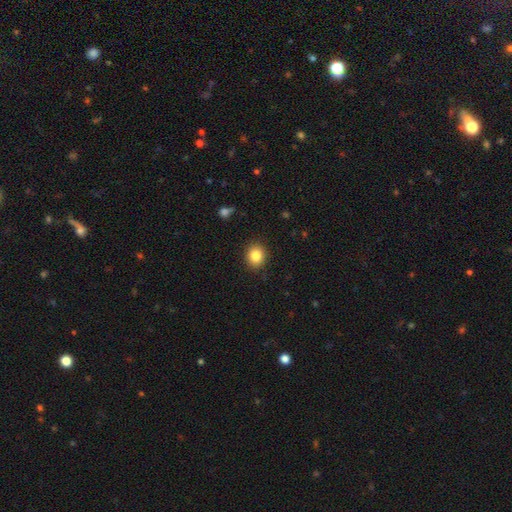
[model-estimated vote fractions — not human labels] smooth 84%, star or artifact 10%, featured or disk 6%. Down the decision tree: how rounded — round (69%); merging — none (90%).